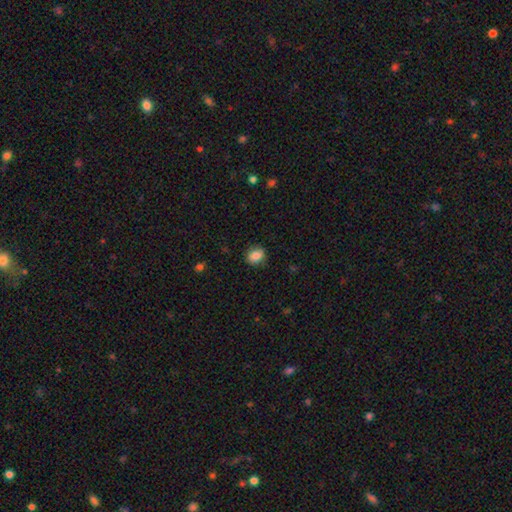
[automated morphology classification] A smooth galaxy with no disk features (85%) that is round (57%). Merging: none (87%).